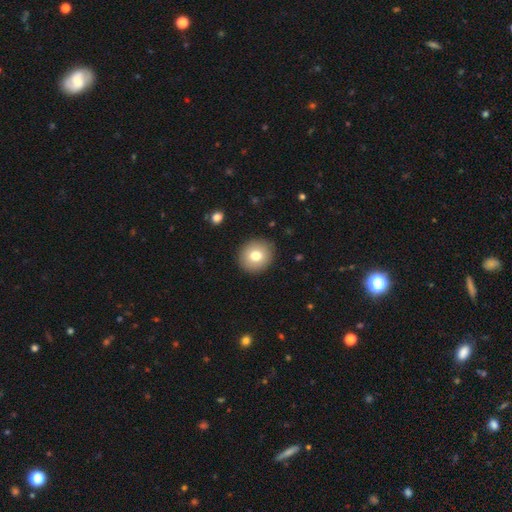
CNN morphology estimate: Smooth or featured: smooth — 76% (featured or disk — 15%)
How rounded: round — 87% (in between — 12%)
Merging: none — 91% (minor disturbance — 6%)